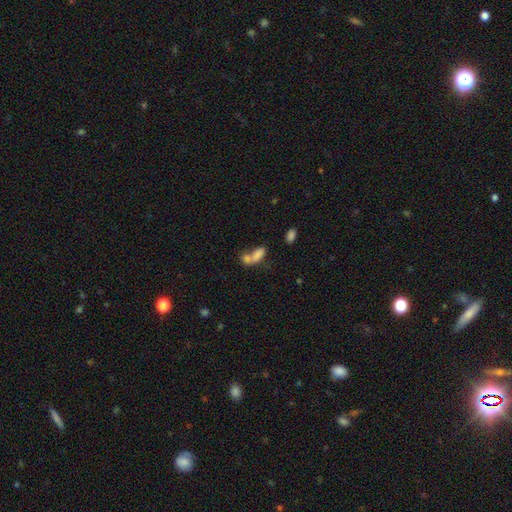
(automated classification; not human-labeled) This appears to be a smooth galaxy with no disk features (77%) that is in between round and cigar-shaped (82%). Merging: merger (63%).